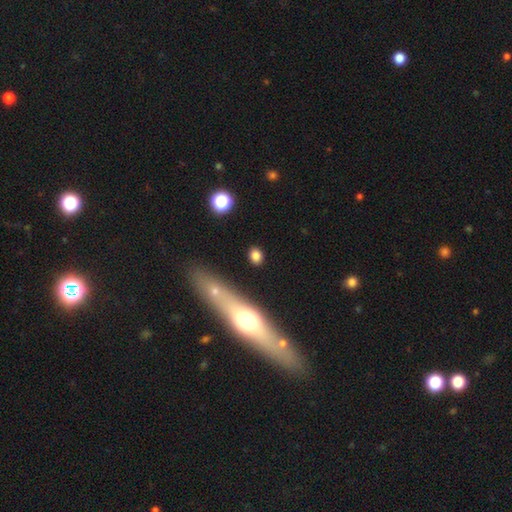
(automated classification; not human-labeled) Overall: smooth (80%). How rounded: round (58%; in between 38%). Merging: none (84%).